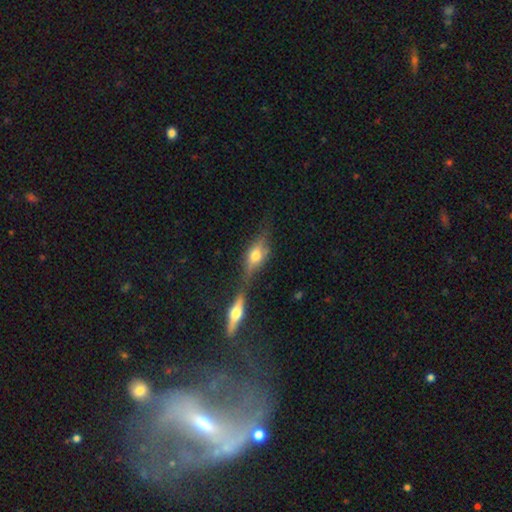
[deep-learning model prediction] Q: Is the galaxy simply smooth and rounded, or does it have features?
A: featured or disk — 53%.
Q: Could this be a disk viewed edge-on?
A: yes — 83%.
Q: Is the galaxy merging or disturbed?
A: none — 54%.